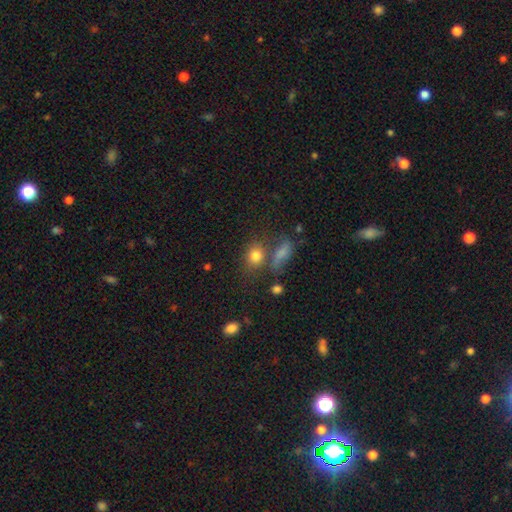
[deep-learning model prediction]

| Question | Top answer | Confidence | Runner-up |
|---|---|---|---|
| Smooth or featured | smooth | 78% | star or artifact (12%) |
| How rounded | round | 54% | in between (43%) |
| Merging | none | 58% | merger (22%) |